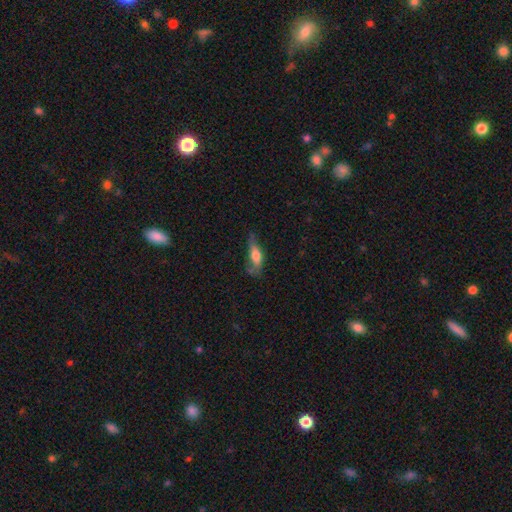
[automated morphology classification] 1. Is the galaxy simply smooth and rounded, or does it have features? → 59% smooth, 33% featured or disk, 7% star or artifact.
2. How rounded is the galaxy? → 59% in between, 37% cigar-shaped, 3% round.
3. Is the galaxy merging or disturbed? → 50% none, 32% minor disturbance, 15% major disturbance, 3% merger.